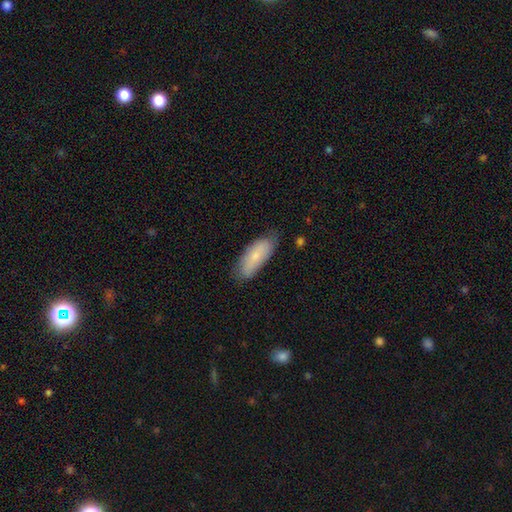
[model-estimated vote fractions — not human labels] smooth 74%, featured or disk 19%, star or artifact 7%. Down the decision tree: how rounded — in between (75%); merging — none (71%).